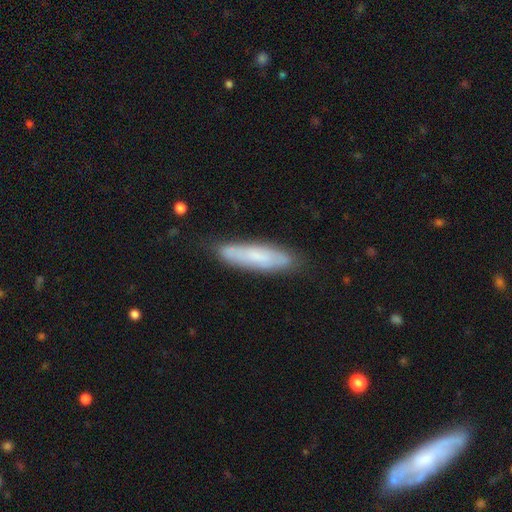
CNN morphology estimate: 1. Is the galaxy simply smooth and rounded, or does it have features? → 60% smooth, 33% featured or disk, 7% star or artifact.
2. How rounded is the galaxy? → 72% cigar-shaped, 26% in between, 1% round.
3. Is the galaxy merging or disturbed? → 77% none, 17% minor disturbance, 4% major disturbance, 2% merger.